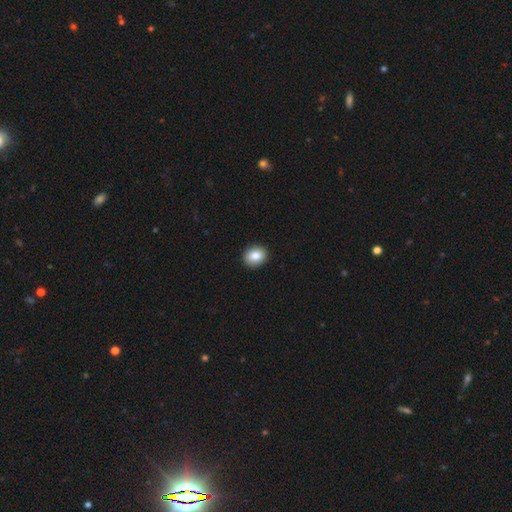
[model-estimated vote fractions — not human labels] Smooth or featured? smooth (84%)
How rounded? round (70%)
Merging? none (92%)